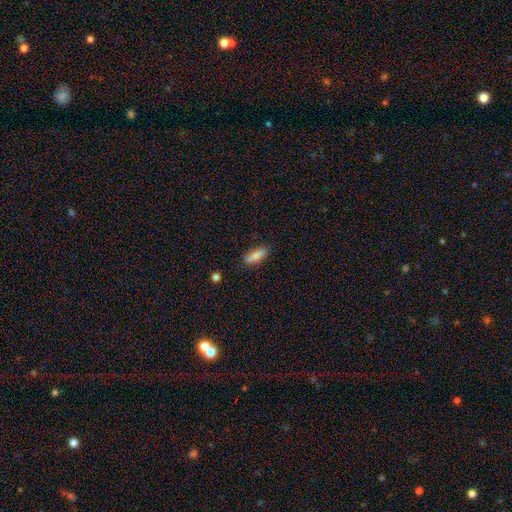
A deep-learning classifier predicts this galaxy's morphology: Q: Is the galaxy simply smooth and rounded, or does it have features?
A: smooth — 80%.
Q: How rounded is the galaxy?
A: in between — 55%.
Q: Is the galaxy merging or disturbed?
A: none — 81%.